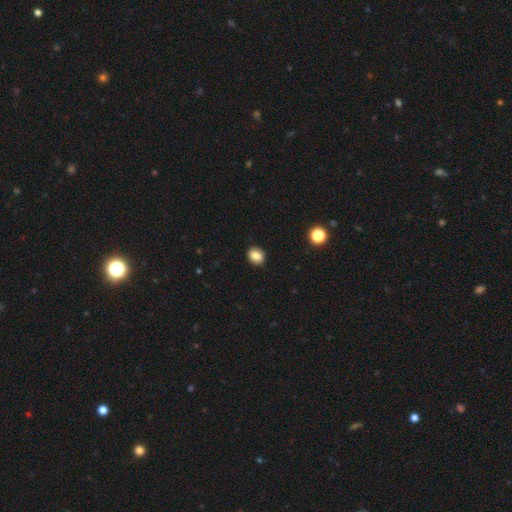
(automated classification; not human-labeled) Smooth or featured?
  - smooth: 83% *
  - star or artifact: 10%
  - featured or disk: 7%
How rounded?
  - round: 51% *
  - in between: 48%
  - cigar-shaped: 1%
Merging?
  - none: 89% *
  - minor disturbance: 8%
  - major disturbance: 2%
  - merger: 1%